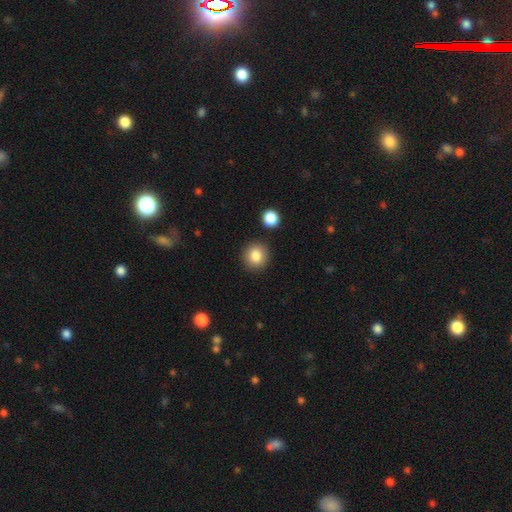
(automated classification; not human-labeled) Smooth or featured? smooth (84%)
How rounded? round (91%)
Merging? none (89%)